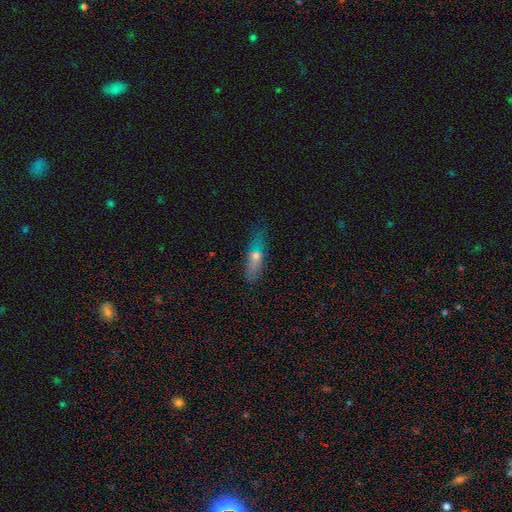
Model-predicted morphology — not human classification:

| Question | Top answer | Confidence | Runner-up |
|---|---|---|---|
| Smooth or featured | smooth | 56% | featured or disk (34%) |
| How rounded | cigar-shaped | 64% | in between (32%) |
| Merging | none | 73% | minor disturbance (19%) |